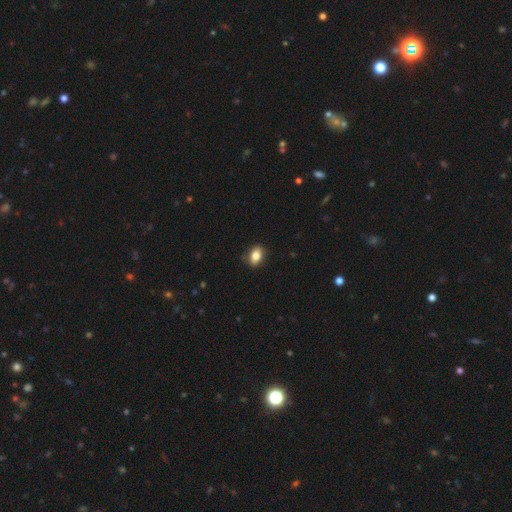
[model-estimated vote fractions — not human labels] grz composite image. It shows a smooth galaxy with no disk features (81%) that is in between round and cigar-shaped (79%). Merging: none (86%).